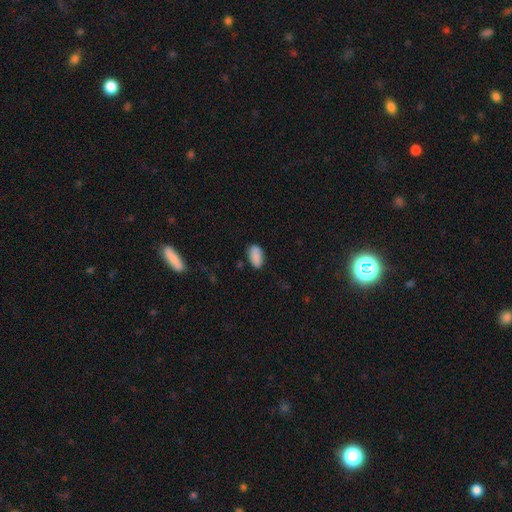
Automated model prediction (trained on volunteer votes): Smooth or featured? Predicted: smooth (p=0.88). How rounded? Predicted: in between (p=0.93). Merging? Predicted: none (p=0.80).